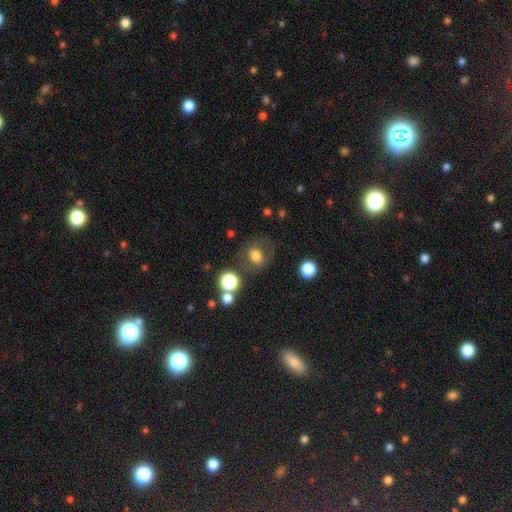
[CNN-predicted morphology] type=smooth (68%); roundness=round (80%); merging=none (69%).